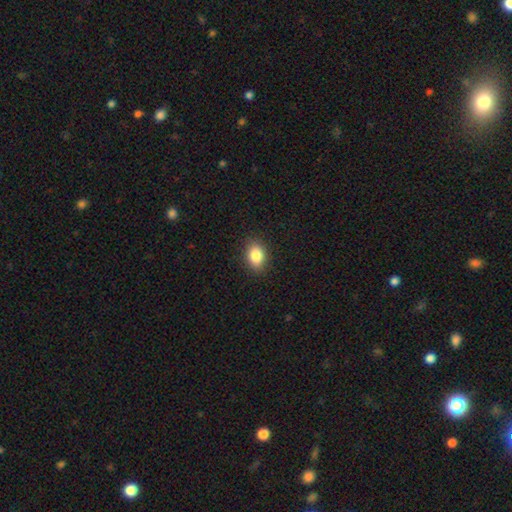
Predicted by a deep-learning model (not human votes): smooth-or-featured: smooth: 85% | star or artifact: 9% | featured or disk: 6%
  how-rounded: in between: 76% | round: 22% | cigar-shaped: 1%
  merging: none: 88% | minor disturbance: 8% | major disturbance: 2% | merger: 1%